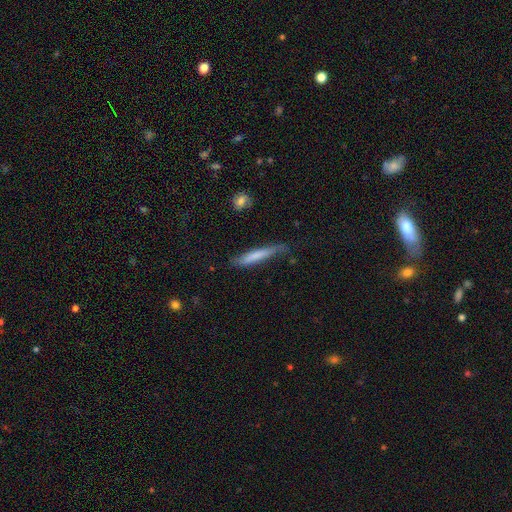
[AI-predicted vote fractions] Smooth or featured?
  - smooth: 69% *
  - featured or disk: 25%
  - star or artifact: 6%
How rounded?
  - cigar-shaped: 92% *
  - in between: 6%
  - round: 1%
Merging?
  - none: 58% *
  - minor disturbance: 31%
  - major disturbance: 9%
  - merger: 3%